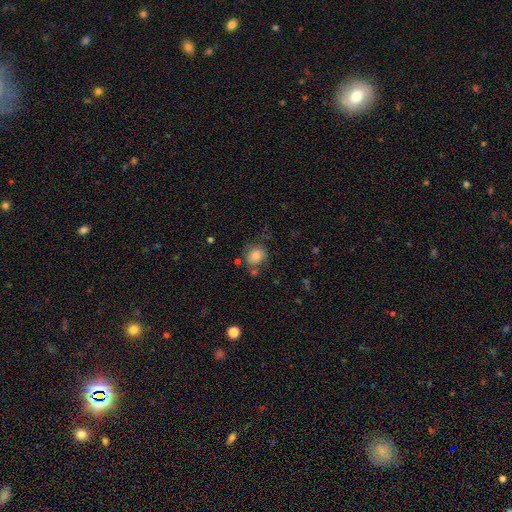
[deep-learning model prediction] smooth 81%, featured or disk 10%, star or artifact 9%. Down the decision tree: how rounded — round (66%); merging — none (65%).